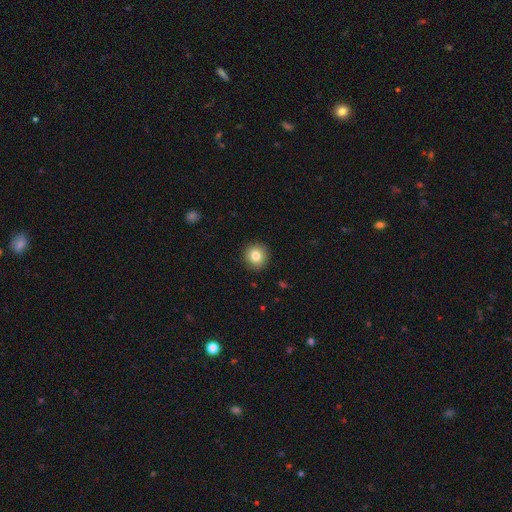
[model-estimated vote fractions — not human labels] Smooth or featured?
  - smooth: 83% *
  - star or artifact: 10%
  - featured or disk: 8%
How rounded?
  - round: 92% *
  - in between: 7%
  - cigar-shaped: 1%
Merging?
  - none: 92% *
  - minor disturbance: 6%
  - major disturbance: 2%
  - merger: 1%